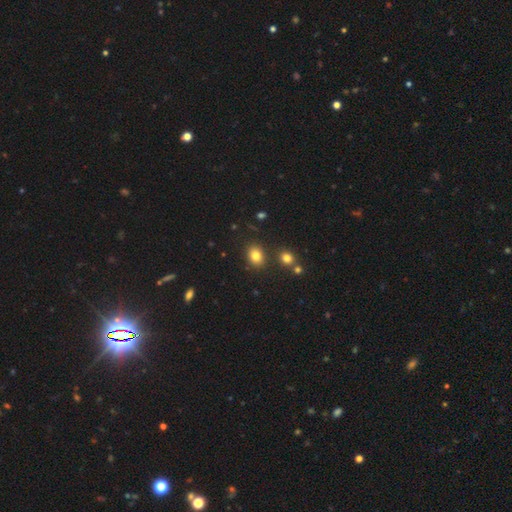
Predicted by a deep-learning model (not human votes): smooth-or-featured: smooth: 81% | star or artifact: 12% | featured or disk: 7%
  how-rounded: in between: 51% | round: 48% | cigar-shaped: 1%
  merging: none: 81% | minor disturbance: 9% | merger: 6% | major disturbance: 3%